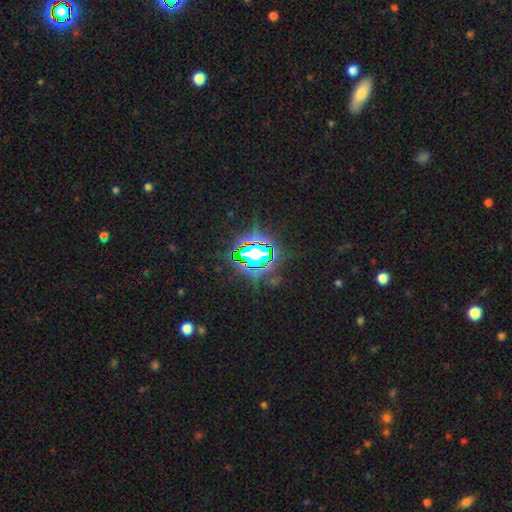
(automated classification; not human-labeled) smooth-or-featured: star or artifact: 76% | smooth: 13% | featured or disk: 11%